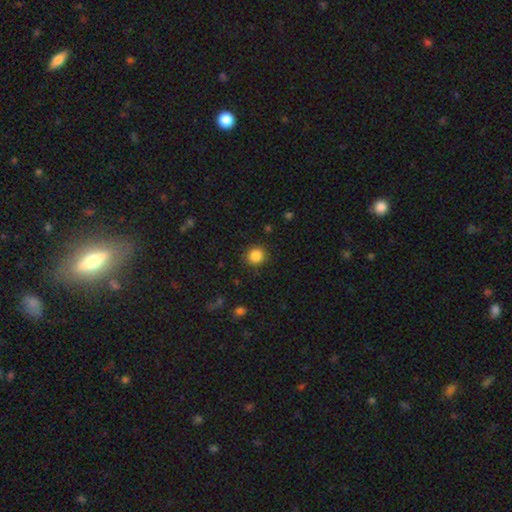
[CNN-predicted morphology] Smooth or featured? Predicted: smooth (p=0.86). How rounded? Predicted: round (p=0.91). Merging? Predicted: none (p=0.90).